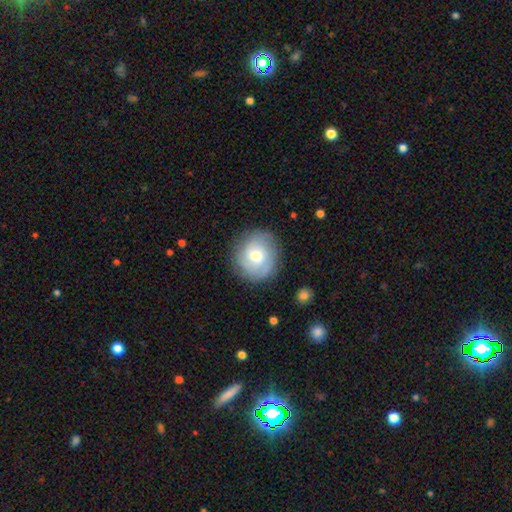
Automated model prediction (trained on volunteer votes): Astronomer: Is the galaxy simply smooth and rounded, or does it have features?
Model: featured or disk — 47% (runner-up: smooth, 45%).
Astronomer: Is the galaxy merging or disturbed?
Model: none — 82%.